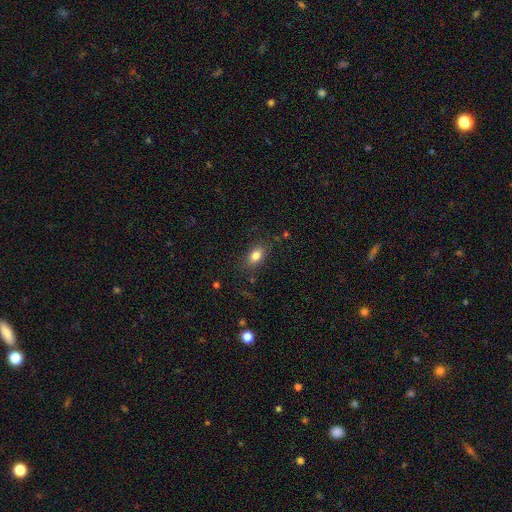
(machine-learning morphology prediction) Smooth or featured: smooth — 81% (star or artifact — 10%)
How rounded: in between — 78% (round — 19%)
Merging: none — 82% (minor disturbance — 13%)